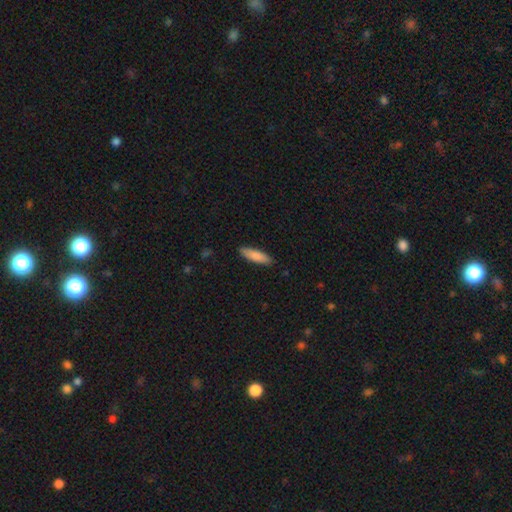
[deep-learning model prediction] This appears to be a smooth galaxy with no disk features (85%) that is cigar-shaped (62%). Merging: none (88%).